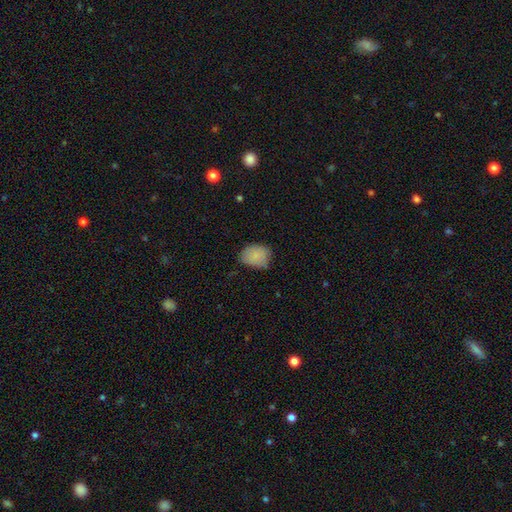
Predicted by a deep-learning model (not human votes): Smooth or featured? Predicted: smooth (p=0.86). How rounded? Predicted: in between (p=0.62). Merging? Predicted: none (p=0.64).